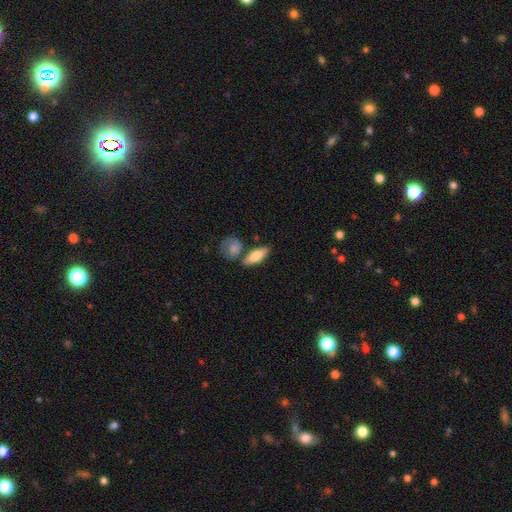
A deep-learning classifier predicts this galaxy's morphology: Smooth or featured?
  - smooth: 74% *
  - featured or disk: 20%
  - star or artifact: 6%
How rounded?
  - in between: 67% *
  - cigar-shaped: 28%
  - round: 5%
Merging?
  - none: 68% *
  - merger: 15%
  - minor disturbance: 13%
  - major disturbance: 4%